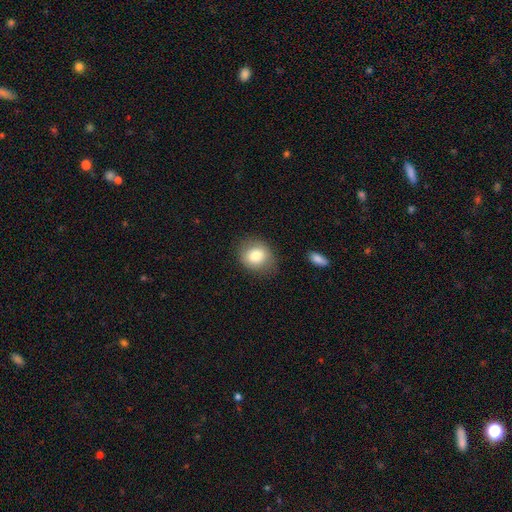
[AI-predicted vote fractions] A smooth galaxy with no disk features (79%) that is round (66%). Merging: none (79%).